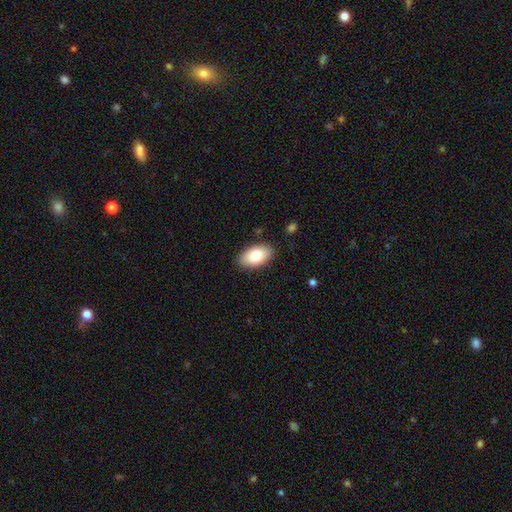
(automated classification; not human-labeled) Smooth or featured? Predicted: smooth (p=0.82). How rounded? Predicted: in between (p=0.95). Merging? Predicted: none (p=0.87).